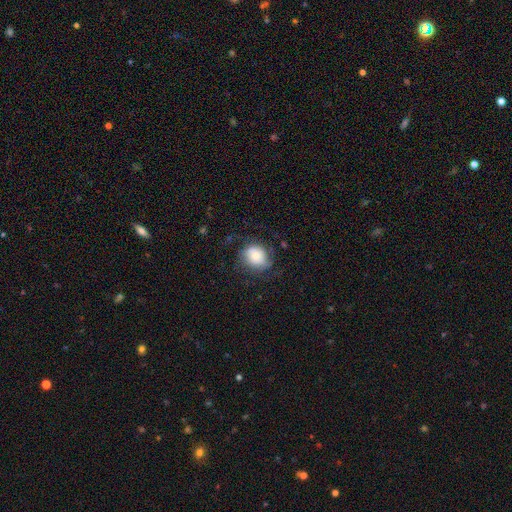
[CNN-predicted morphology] This appears to be a smooth galaxy with no disk features (61%) that is round (72%). Merging: none (61%).